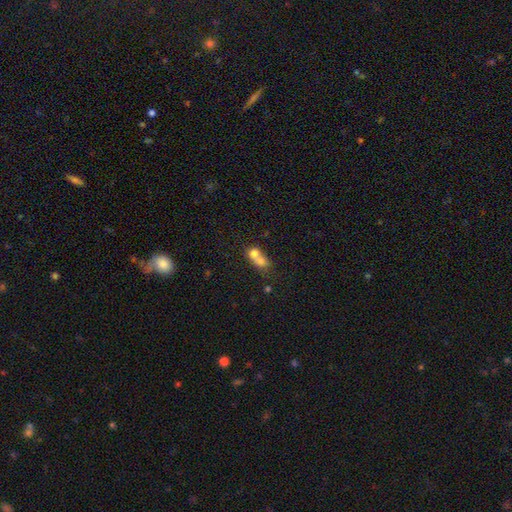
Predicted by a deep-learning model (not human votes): Smooth or featured: smooth — 69% (featured or disk — 20%)
How rounded: round — 62% (in between — 36%)
Merging: merger — 69% (none — 21%)